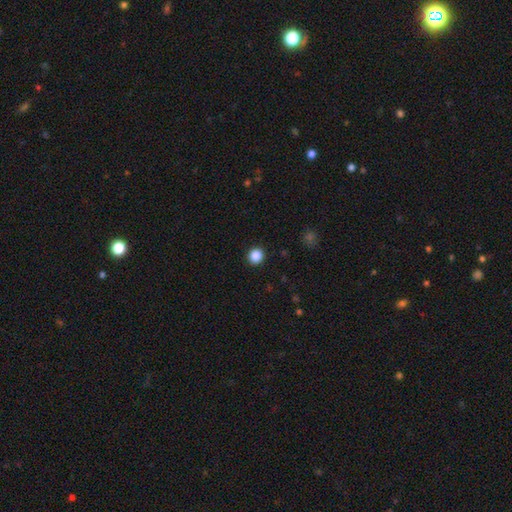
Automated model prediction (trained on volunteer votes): Overall: smooth (87%). How rounded: round (90%). Merging: none (92%).